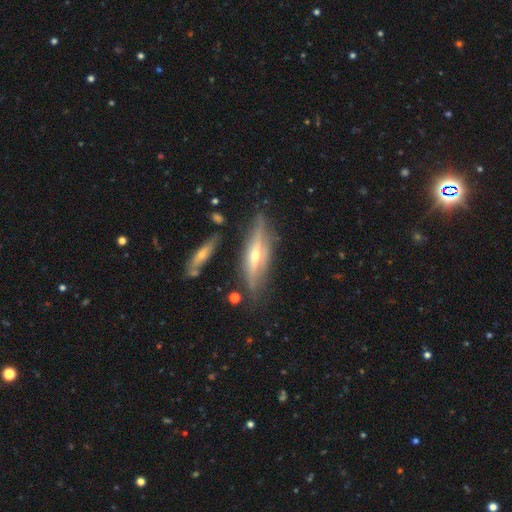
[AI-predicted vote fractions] This is likely a featured or disk galaxy (72%). It is clearly viewed edge-on (90%). Edge-on bulge: clearly rounded (88%). Merging: likely none (78%).